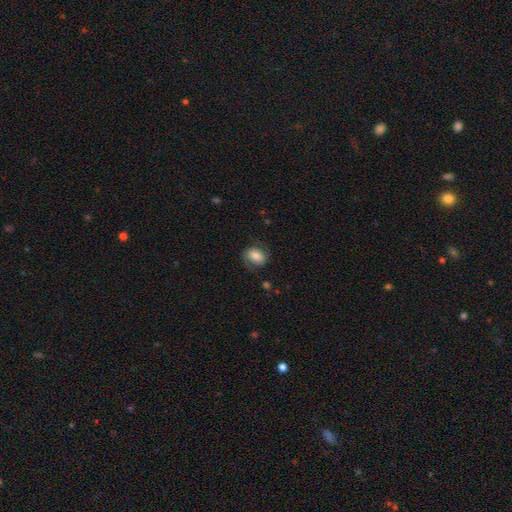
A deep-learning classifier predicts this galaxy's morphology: type=smooth (58%); roundness=in between (53%); merging=none (69%).